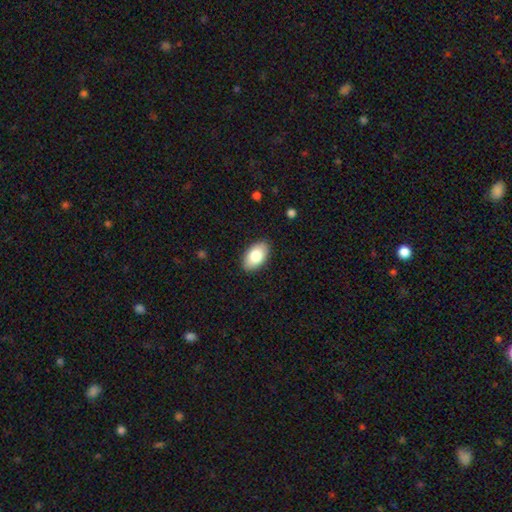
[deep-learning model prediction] smooth 81%, featured or disk 12%, star or artifact 6%. Down the decision tree: how rounded — in between (94%); merging — none (88%).